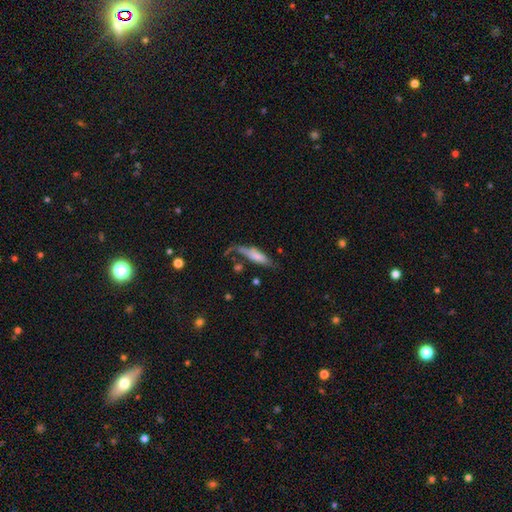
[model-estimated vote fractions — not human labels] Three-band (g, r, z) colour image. It shows a smooth galaxy with no disk features (62%) that is cigar-shaped (64%). Merging: none (40%).